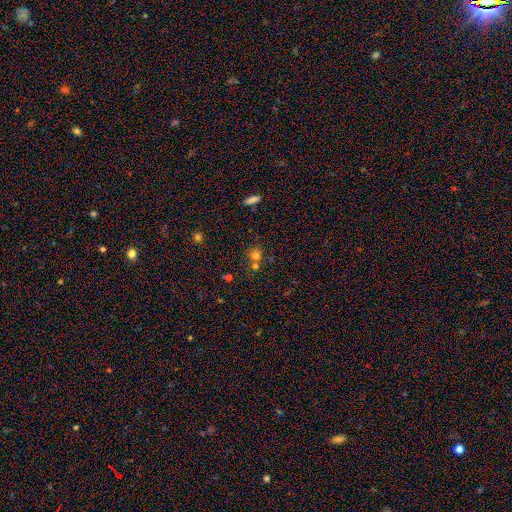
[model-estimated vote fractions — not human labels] Smooth or featured?
  - smooth: 70% *
  - star or artifact: 20%
  - featured or disk: 10%
How rounded?
  - round: 84% *
  - in between: 15%
  - cigar-shaped: 1%
Merging?
  - none: 52% *
  - merger: 35%
  - minor disturbance: 9%
  - major disturbance: 4%